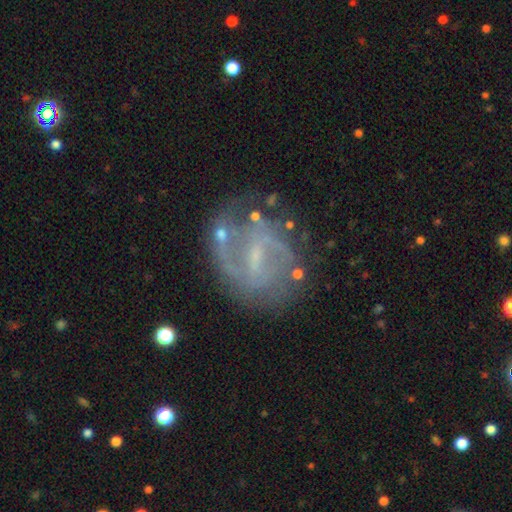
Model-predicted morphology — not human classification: Smooth or featured: featured or disk — 81% (smooth — 11%)
Edge-on disk: no — 97% (yes — 3%)
Bar: weak — 53% (strong — 31%)
Spiral arms: yes — 86% (no — 14%)
Spiral winding: medium — 47% (loose — 27%)
Spiral arm count: 2 — 73% (can't tell — 15%)
Bulge size: small — 55% (none — 29%)
Merging: none — 68% (minor disturbance — 17%)